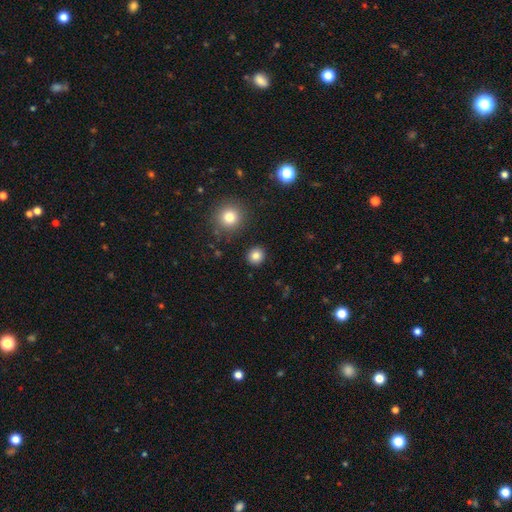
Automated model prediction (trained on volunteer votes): Morphology: type=smooth (83%); roundness=round (89%); merging=none (90%).